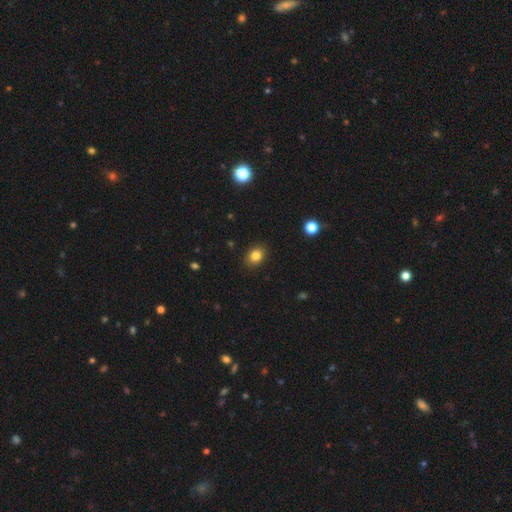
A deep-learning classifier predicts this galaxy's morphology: Smooth or featured?
  - smooth: 83% *
  - star or artifact: 11%
  - featured or disk: 6%
How rounded?
  - in between: 53% *
  - round: 46%
  - cigar-shaped: 1%
Merging?
  - none: 88% *
  - minor disturbance: 9%
  - major disturbance: 2%
  - merger: 1%